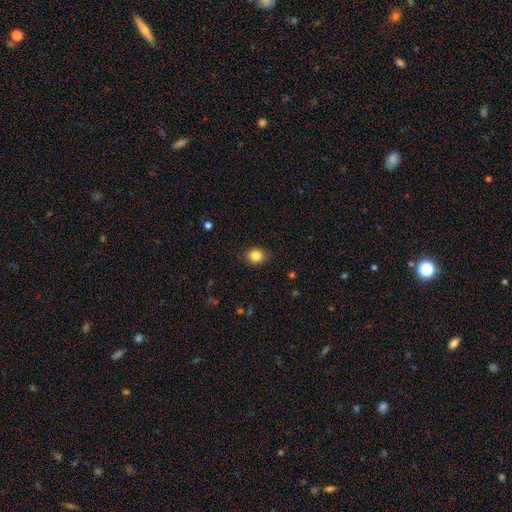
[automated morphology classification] Smooth or featured? smooth (84%)
How rounded? round (56%)
Merging? none (88%)